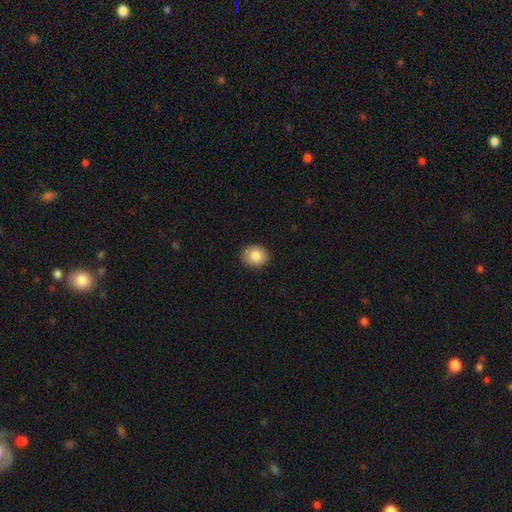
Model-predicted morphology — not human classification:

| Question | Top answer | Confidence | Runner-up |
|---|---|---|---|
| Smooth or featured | smooth | 84% | star or artifact (8%) |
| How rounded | round | 63% | in between (36%) |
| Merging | none | 90% | minor disturbance (7%) |